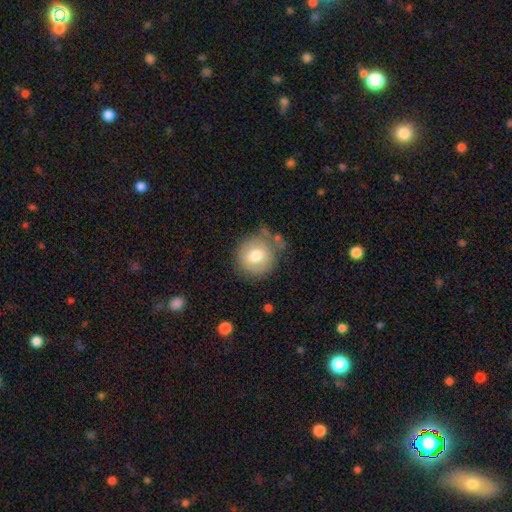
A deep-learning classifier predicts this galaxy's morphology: Smooth or featured? smooth (70%)
How rounded? round (88%)
Merging? none (62%)